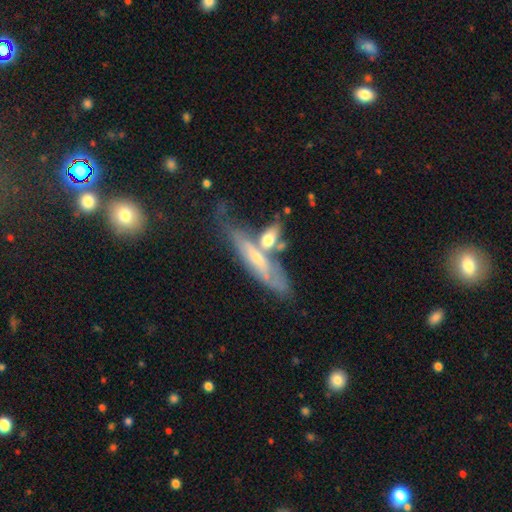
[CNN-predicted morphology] A featured or disk galaxy (61%) viewed edge-on (57%). Merging: none (36%).